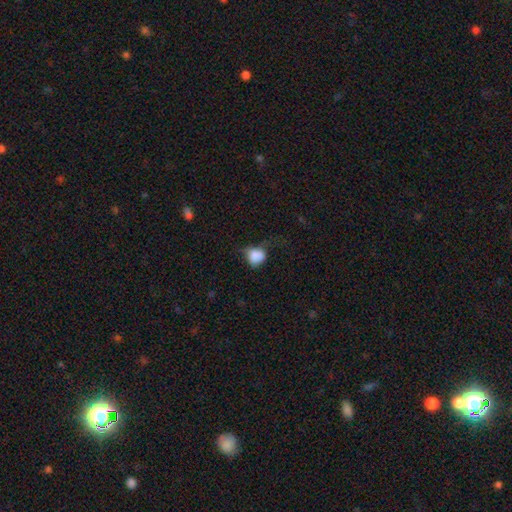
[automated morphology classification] smooth_or_featured: smooth (p=0.80) [alt: featured or disk p=0.10]
how_rounded: round (p=0.62) [alt: in between p=0.37]
merging: minor disturbance (p=0.35) [alt: none p=0.31]